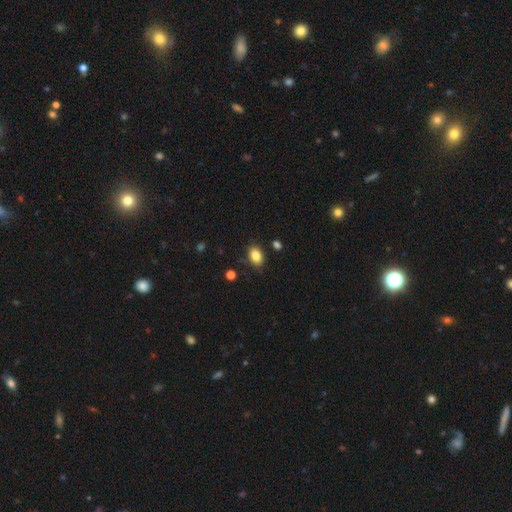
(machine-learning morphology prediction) type=smooth (85%); roundness=in between (81%); merging=none (80%).